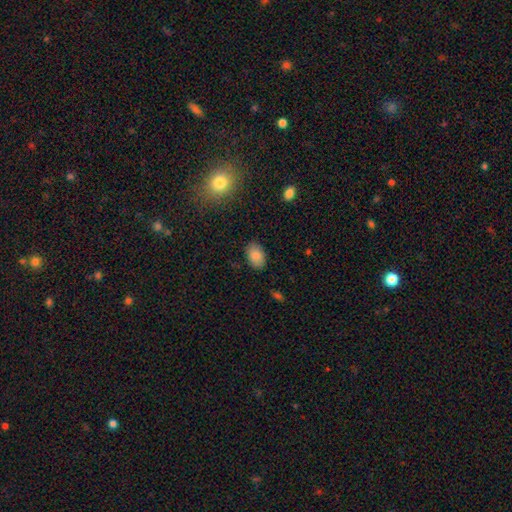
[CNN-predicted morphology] Smooth or featured?
  - smooth: 86% *
  - star or artifact: 8%
  - featured or disk: 6%
How rounded?
  - in between: 89% *
  - round: 10%
  - cigar-shaped: 1%
Merging?
  - none: 86% *
  - minor disturbance: 10%
  - major disturbance: 3%
  - merger: 1%